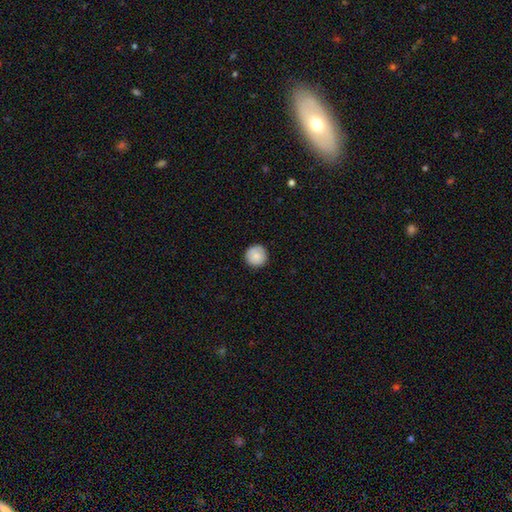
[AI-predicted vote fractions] smooth-or-featured: smooth: 86% | star or artifact: 7% | featured or disk: 6%
  how-rounded: round: 96% | in between: 3% | cigar-shaped: 1%
  merging: none: 91% | minor disturbance: 6% | major disturbance: 2% | merger: 1%